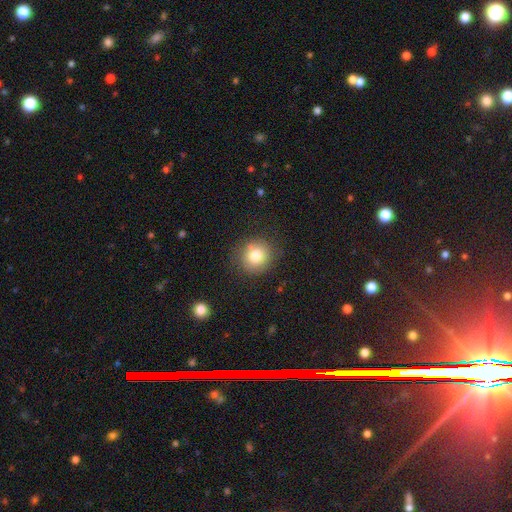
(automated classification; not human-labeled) The model was most divided on "smooth or featured": smooth: 79%, star or artifact: 11%, featured or disk: 10%. More confident: how rounded — round (88%); merging — none (83%).